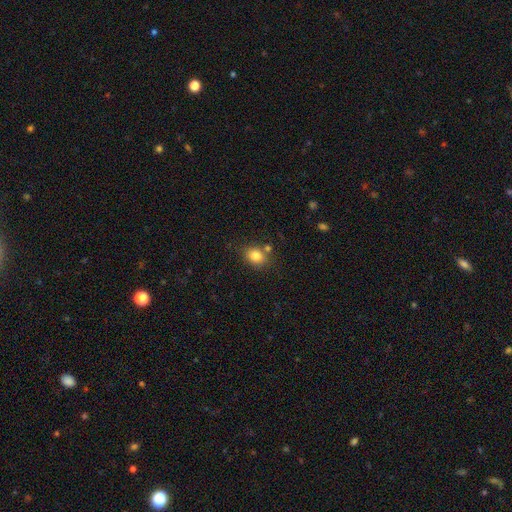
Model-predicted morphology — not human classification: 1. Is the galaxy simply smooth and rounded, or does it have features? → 82% smooth, 11% star or artifact, 7% featured or disk.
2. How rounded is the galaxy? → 51% round, 48% in between, 1% cigar-shaped.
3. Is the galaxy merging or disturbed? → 71% none, 14% minor disturbance, 11% merger, 4% major disturbance.